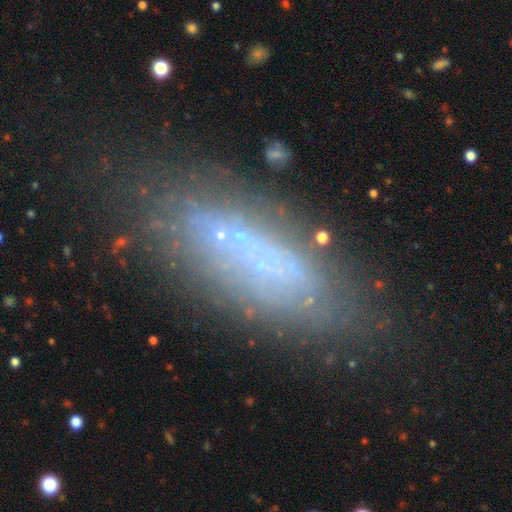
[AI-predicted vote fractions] Smooth or featured? Predicted: smooth (p=0.43). Merging? Predicted: none (p=0.67).